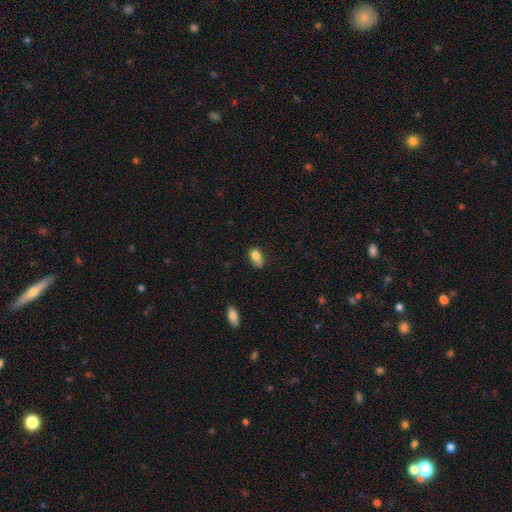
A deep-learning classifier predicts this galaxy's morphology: Smooth or featured?
  - smooth: 79% *
  - featured or disk: 11%
  - star or artifact: 9%
How rounded?
  - in between: 80% *
  - round: 18%
  - cigar-shaped: 2%
Merging?
  - none: 44% *
  - minor disturbance: 38%
  - major disturbance: 14%
  - merger: 4%